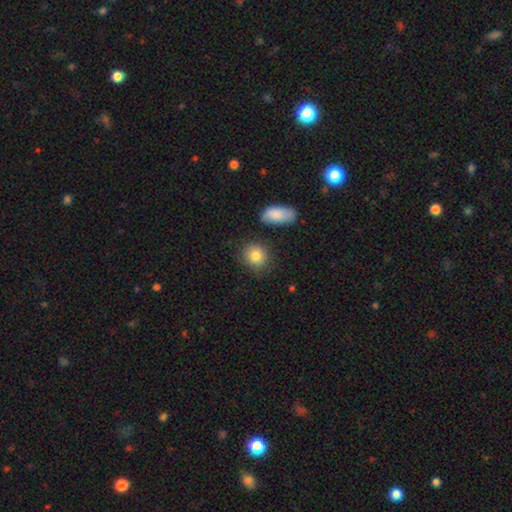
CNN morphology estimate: Smooth or featured? Predicted: smooth (p=0.83). How rounded? Predicted: round (p=0.75). Merging? Predicted: none (p=0.80).